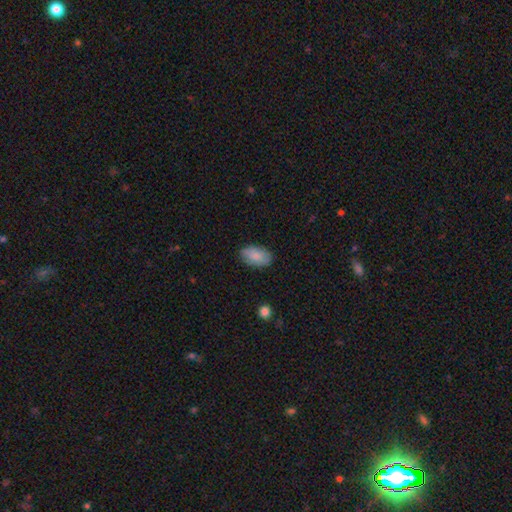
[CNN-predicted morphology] smooth_or_featured: smooth (p=0.85) [alt: featured or disk p=0.09]
how_rounded: in between (p=0.93) [alt: round p=0.05]
merging: none (p=0.82) [alt: minor disturbance p=0.14]